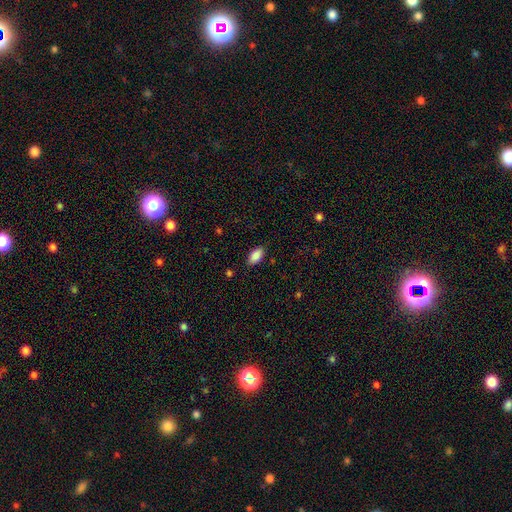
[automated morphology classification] Smooth or featured: smooth — 88% (star or artifact — 7%)
How rounded: in between — 93% (cigar-shaped — 4%)
Merging: none — 86% (minor disturbance — 10%)